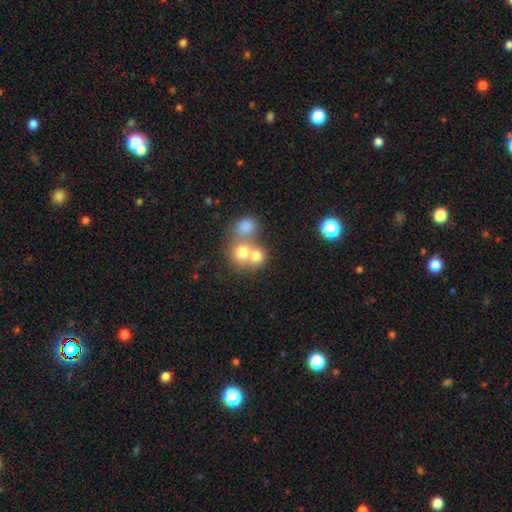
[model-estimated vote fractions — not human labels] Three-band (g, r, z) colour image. It shows a smooth galaxy with no disk features (70%) that is round (77%). Merging: merger (58%).